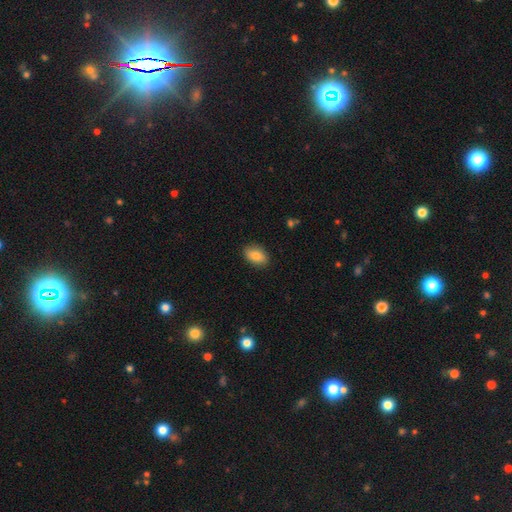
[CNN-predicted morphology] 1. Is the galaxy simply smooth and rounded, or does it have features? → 85% smooth, 8% featured or disk, 7% star or artifact.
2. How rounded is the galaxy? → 90% in between, 8% round, 2% cigar-shaped.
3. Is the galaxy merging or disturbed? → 88% none, 9% minor disturbance, 2% major disturbance, 1% merger.